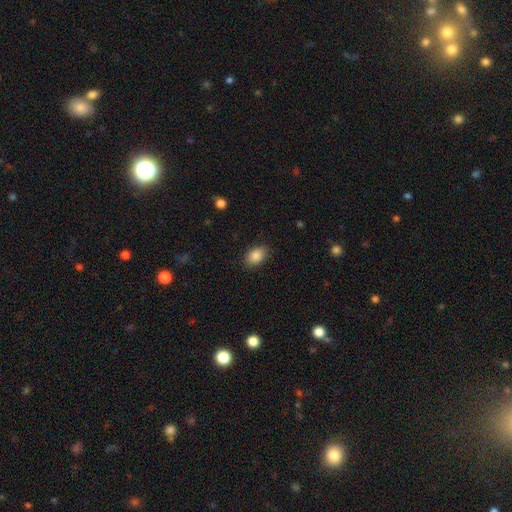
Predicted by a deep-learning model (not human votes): A smooth galaxy with no disk features (87%) that is in between round and cigar-shaped (83%).

Vote fractions:
- Smooth or featured? smooth: 87% / star or artifact: 8% / featured or disk: 5%
- How rounded? in between: 83% / round: 16% / cigar-shaped: 1%
- Merging? none: 86% / minor disturbance: 10% / major disturbance: 3% / merger: 1%